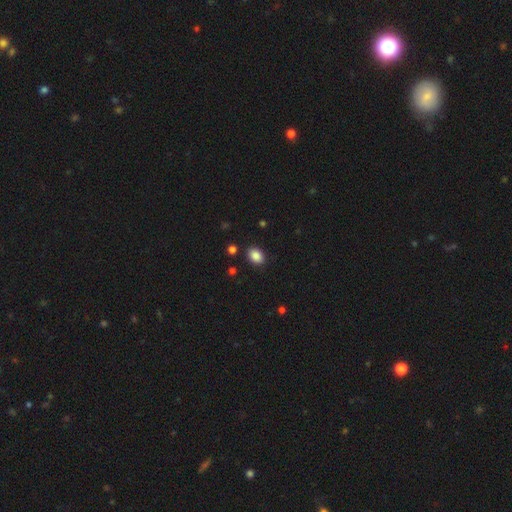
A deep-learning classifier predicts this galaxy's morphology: The model was most divided on "how rounded": in between: 68%, round: 31%, cigar-shaped: 1%. More confident: merging — none (87%); smooth or featured — smooth (87%).